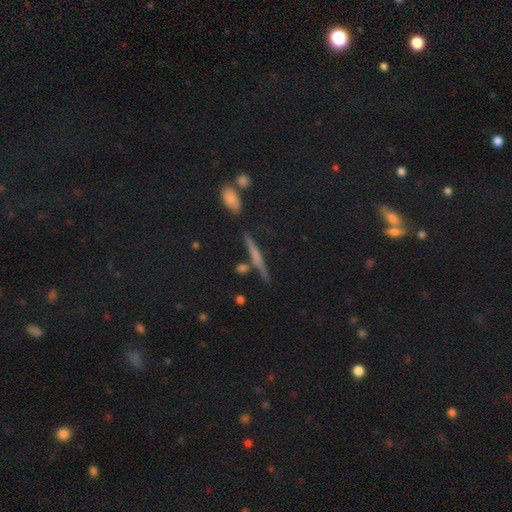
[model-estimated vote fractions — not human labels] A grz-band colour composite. It shows a featured or disk galaxy (47%). Merging: none (79%).